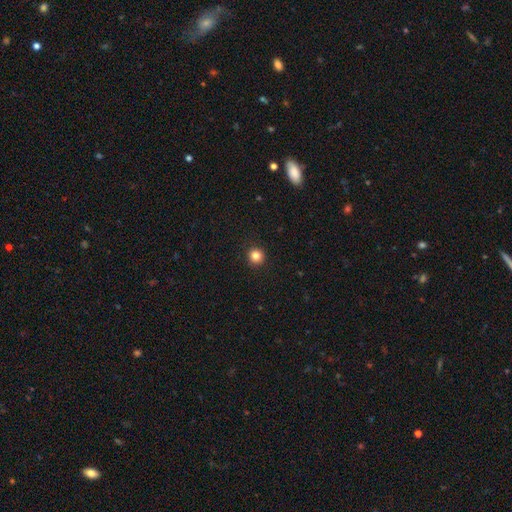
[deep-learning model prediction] Morphology: type=smooth (84%); roundness=round (94%); merging=none (92%).